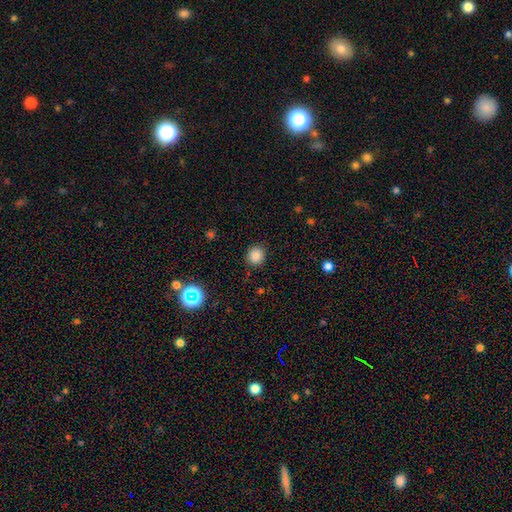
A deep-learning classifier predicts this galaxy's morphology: A smooth galaxy with no disk features (84%) that is round (88%).

Vote fractions:
- Smooth or featured? smooth: 84% / star or artifact: 12% / featured or disk: 4%
- How rounded? round: 88% / in between: 11% / cigar-shaped: 1%
- Merging? none: 90% / minor disturbance: 7% / major disturbance: 2% / merger: 1%